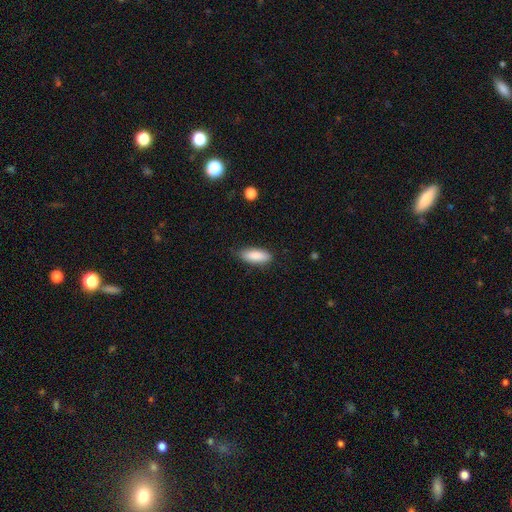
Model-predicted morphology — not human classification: Smooth or featured? smooth (88%)
How rounded? in between (76%)
Merging? none (81%)